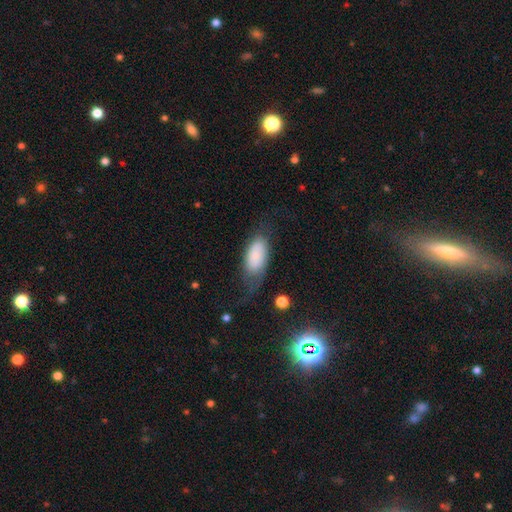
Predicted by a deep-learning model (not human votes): Smooth or featured? smooth (70%)
How rounded? in between (91%)
Merging? none (44%)